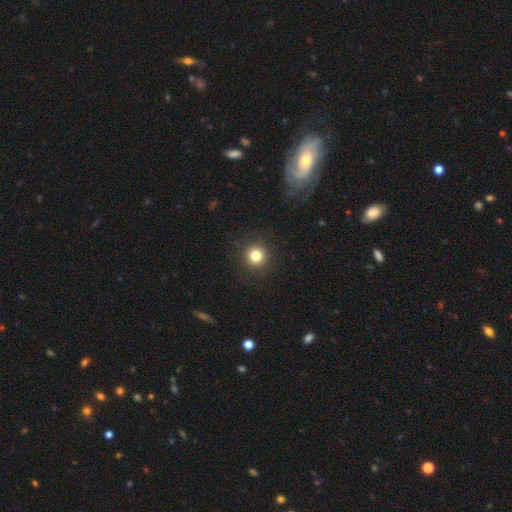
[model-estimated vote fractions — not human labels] Morphology: type=smooth (82%); roundness=round (94%); merging=none (92%).